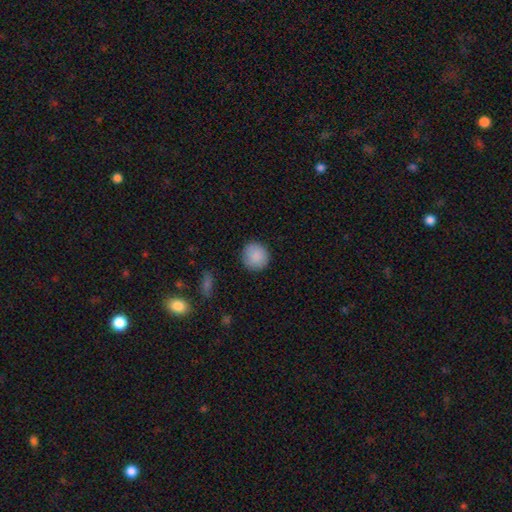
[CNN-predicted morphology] Smooth or featured? Predicted: smooth (p=0.89). How rounded? Predicted: round (p=0.92). Merging? Predicted: none (p=0.89).